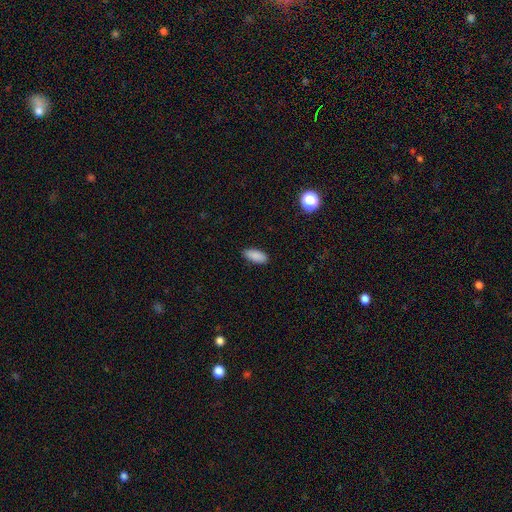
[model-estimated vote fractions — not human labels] Q: Smooth or featured?
A: smooth (88%); runner-up: star or artifact (8%)
Q: How rounded?
A: in between (86%); runner-up: cigar-shaped (12%)
Q: Merging?
A: none (88%); runner-up: minor disturbance (9%)